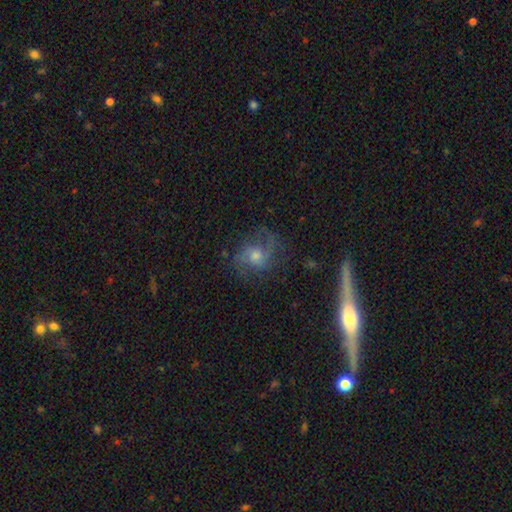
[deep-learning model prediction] featured or disk 63%, smooth 25%, star or artifact 13%. Down the decision tree: edge-on disk — no (92%); bar — no (70%); spiral arms — yes (84%); bulge size — moderate (54%); merging — none (63%).